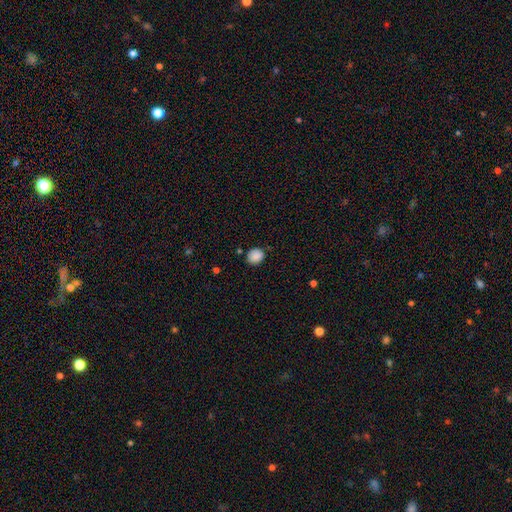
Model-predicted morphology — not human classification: This appears to be a smooth galaxy with no disk features (87%) that is round (68%). Merging: none (79%).